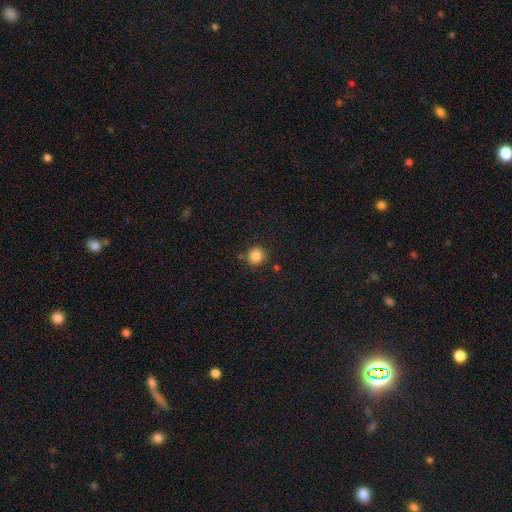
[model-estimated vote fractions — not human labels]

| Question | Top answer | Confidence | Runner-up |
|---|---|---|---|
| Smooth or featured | smooth | 85% | star or artifact (10%) |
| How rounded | round | 91% | in between (8%) |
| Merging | none | 82% | minor disturbance (10%) |